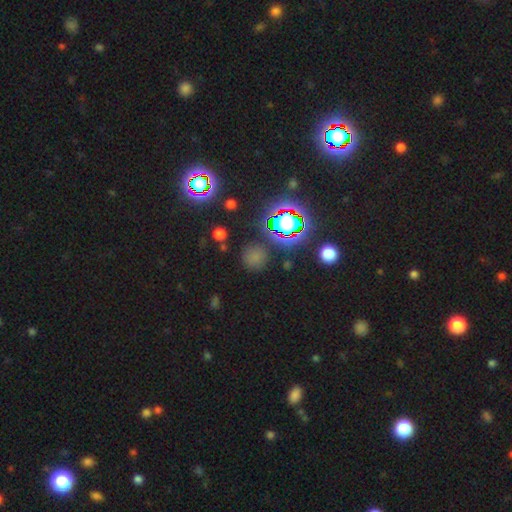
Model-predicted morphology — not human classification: smooth 57%, star or artifact 35%, featured or disk 8%. Down the decision tree: how rounded — round (91%); merging — none (83%).